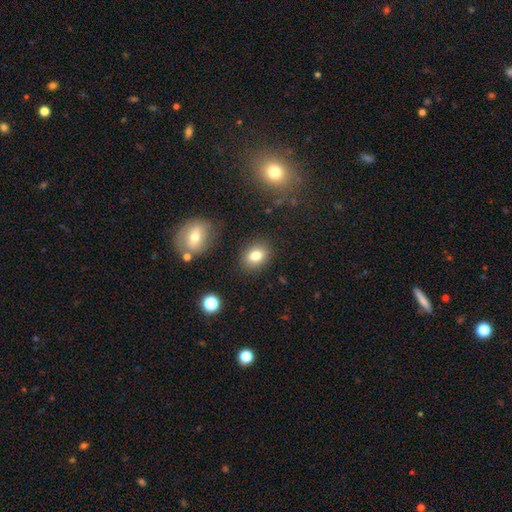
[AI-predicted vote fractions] A smooth galaxy with no disk features (80%) that is in between round and cigar-shaped (56%). Merging: none (85%).